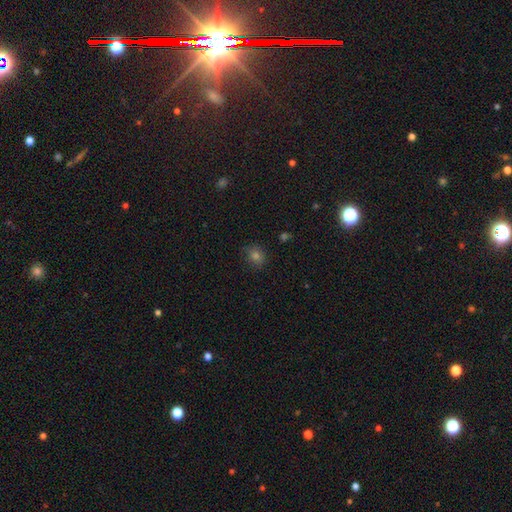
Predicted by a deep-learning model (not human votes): Smooth or featured: smooth — 68% (star or artifact — 23%)
How rounded: round — 76% (in between — 23%)
Merging: none — 84% (minor disturbance — 12%)